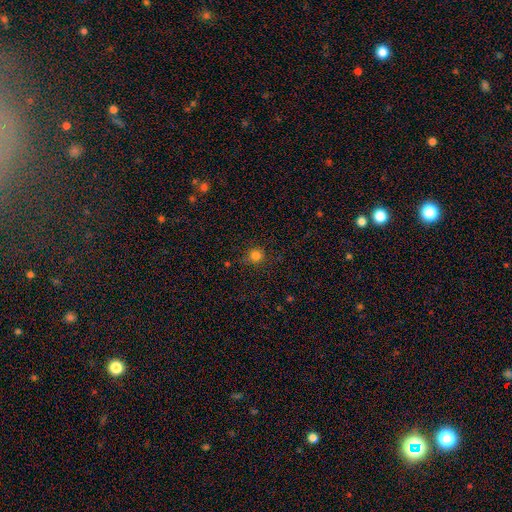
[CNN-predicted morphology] This is clearly a smooth galaxy (81%). How rounded: clearly round (91%). Merging: clearly none (82%).